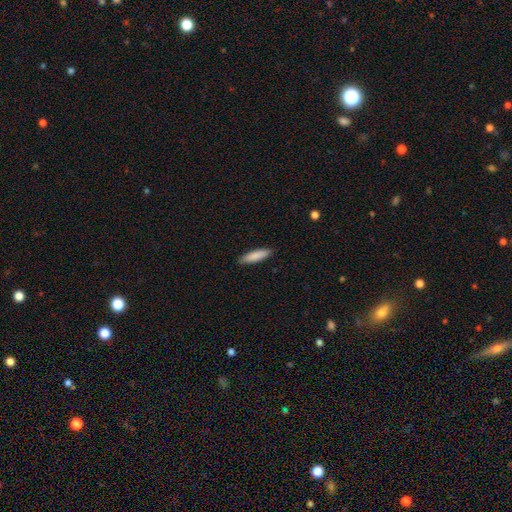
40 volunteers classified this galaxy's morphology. This appears to be a smooth galaxy with no disk features (92%) that is cigar-shaped (65%). Merging: none (90%).